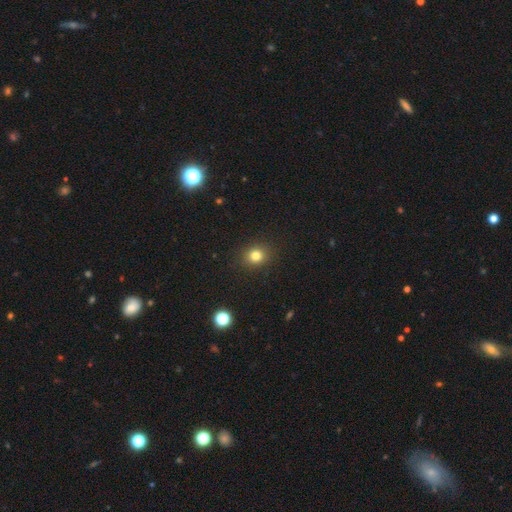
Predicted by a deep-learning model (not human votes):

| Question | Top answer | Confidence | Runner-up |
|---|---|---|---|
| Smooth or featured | smooth | 80% | star or artifact (13%) |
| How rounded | round | 76% | in between (24%) |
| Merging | none | 90% | minor disturbance (7%) |